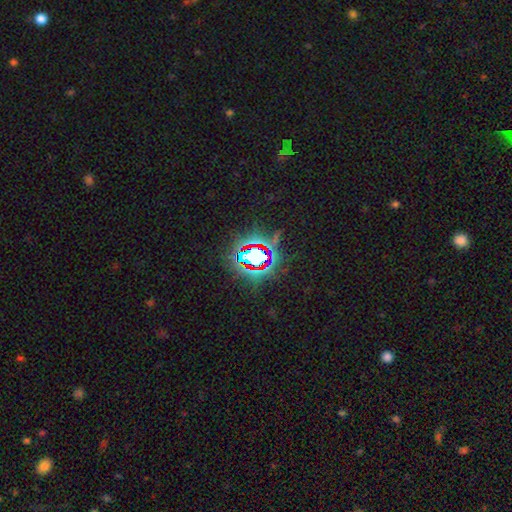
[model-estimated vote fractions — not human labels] The model was most divided on "smooth or featured": star or artifact: 76%, smooth: 13%, featured or disk: 11%.